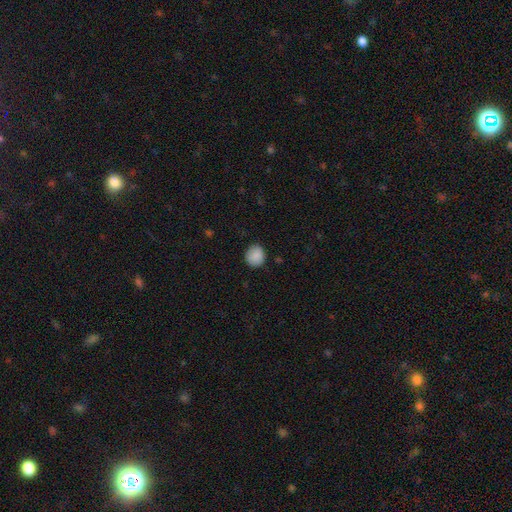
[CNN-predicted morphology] smooth 88%, star or artifact 8%, featured or disk 4%. Down the decision tree: how rounded — round (82%); merging — none (86%).